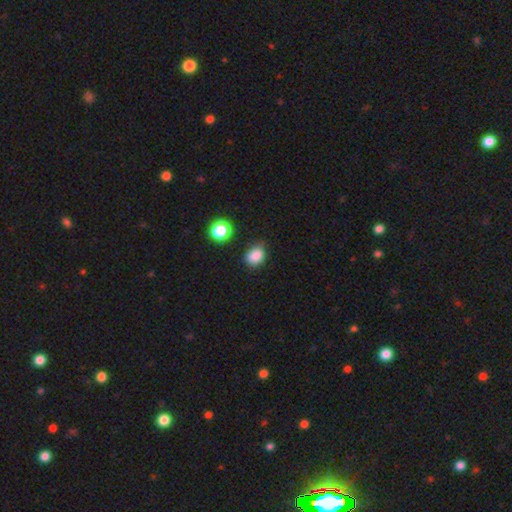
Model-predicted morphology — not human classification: The model was most divided on "how rounded": in between: 56%, round: 43%, cigar-shaped: 1%. More confident: smooth or featured — smooth (84%); merging — none (69%).